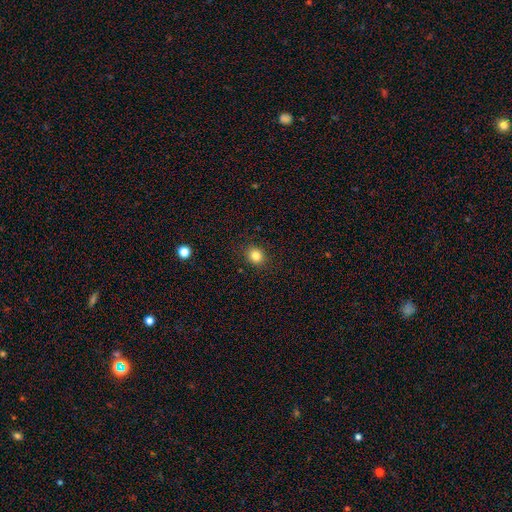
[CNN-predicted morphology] A smooth galaxy with no disk features (83%) that is round (71%).

Vote fractions:
- Smooth or featured? smooth: 83% / star or artifact: 12% / featured or disk: 5%
- How rounded? round: 71% / in between: 28% / cigar-shaped: 1%
- Merging? none: 89% / minor disturbance: 8% / major disturbance: 2% / merger: 1%